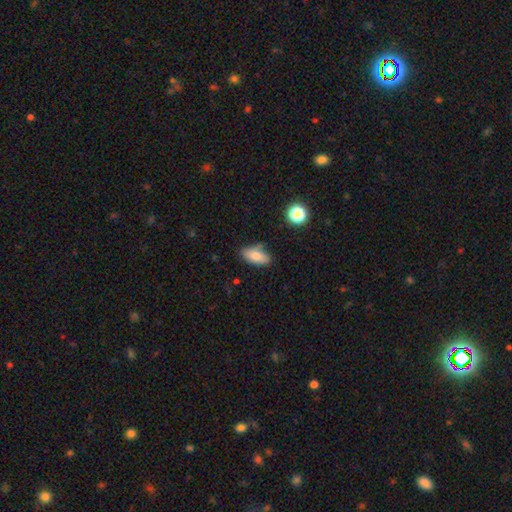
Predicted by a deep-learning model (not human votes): Smooth or featured? smooth (80%)
How rounded? in between (90%)
Merging? none (70%)